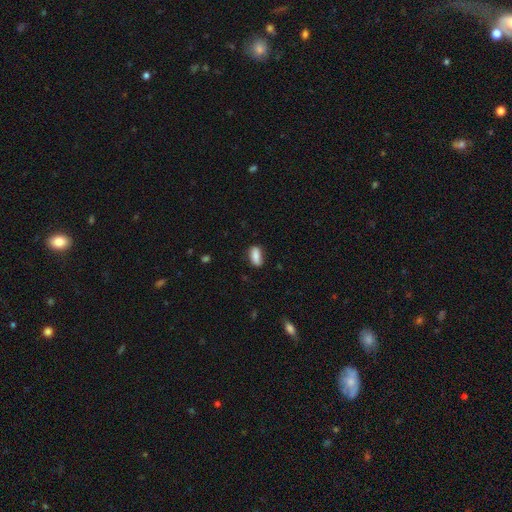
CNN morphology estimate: Q: Smooth or featured?
A: smooth (83%); runner-up: featured or disk (10%)
Q: How rounded?
A: in between (81%); runner-up: cigar-shaped (15%)
Q: Merging?
A: none (76%); runner-up: minor disturbance (18%)